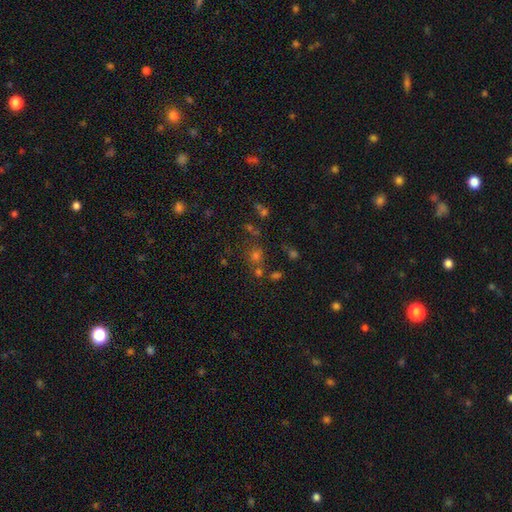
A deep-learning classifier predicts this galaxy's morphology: Smooth or featured? Predicted: smooth (p=0.50). Merging? Predicted: none (p=0.67).